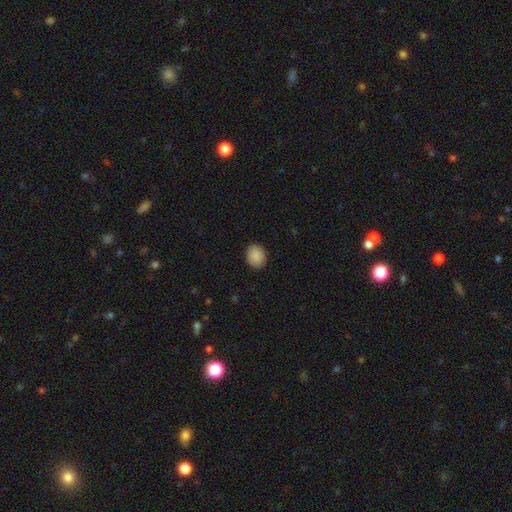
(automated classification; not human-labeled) Smooth or featured? smooth (89%)
How rounded? round (62%)
Merging? none (89%)